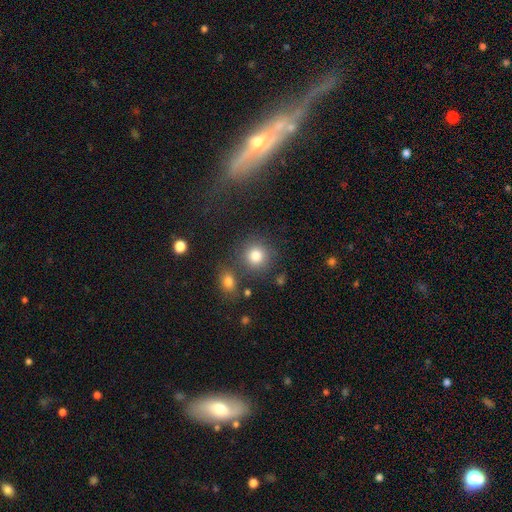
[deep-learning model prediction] Smooth or featured? smooth (82%)
How rounded? round (89%)
Merging? none (74%)